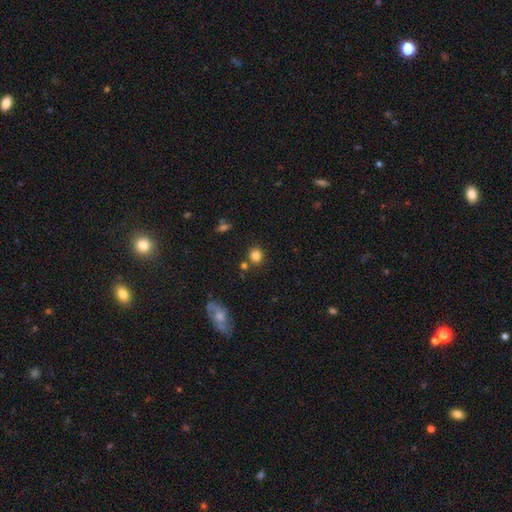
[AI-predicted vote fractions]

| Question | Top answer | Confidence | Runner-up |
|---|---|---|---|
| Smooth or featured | smooth | 83% | star or artifact (12%) |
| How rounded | round | 84% | in between (15%) |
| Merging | none | 80% | minor disturbance (9%) |